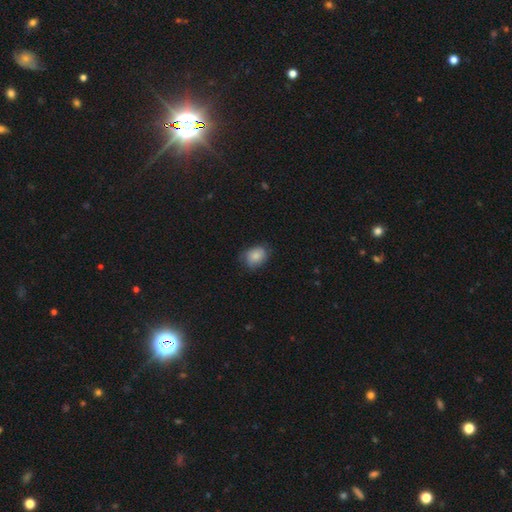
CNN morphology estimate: Smooth or featured? Predicted: smooth (p=0.81). How rounded? Predicted: in between (p=0.63). Merging? Predicted: none (p=0.66).